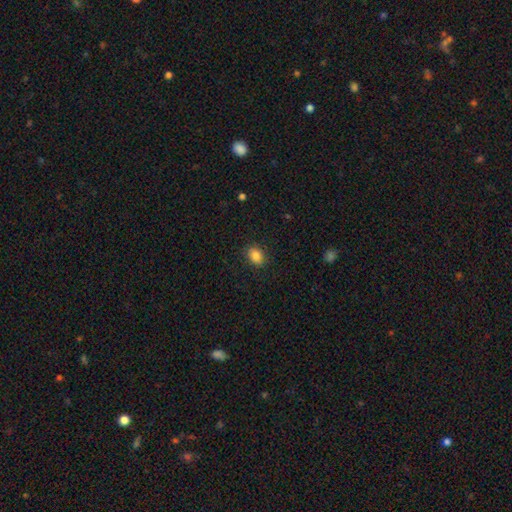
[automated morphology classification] A smooth galaxy with no disk features (86%) that is in between round and cigar-shaped (72%).

Vote fractions:
- Smooth or featured? smooth: 86% / star or artifact: 9% / featured or disk: 5%
- How rounded? in between: 72% / round: 27% / cigar-shaped: 1%
- Merging? none: 88% / minor disturbance: 9% / major disturbance: 2% / merger: 1%